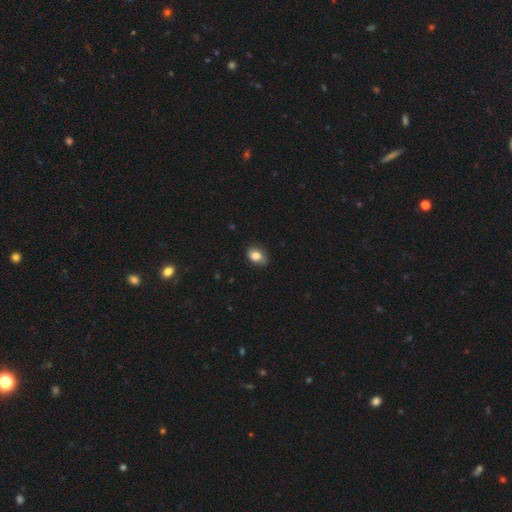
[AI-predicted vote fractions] Morphology: type=smooth (82%); roundness=in between (73%); merging=none (75%).